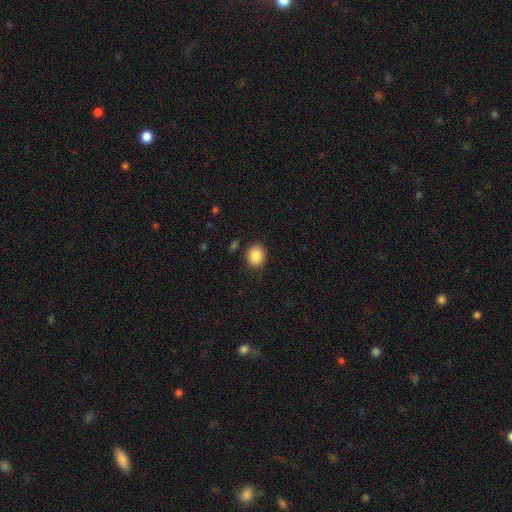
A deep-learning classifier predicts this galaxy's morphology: Smooth or featured? Predicted: smooth (p=0.87). How rounded? Predicted: round (p=0.77). Merging? Predicted: none (p=0.87).